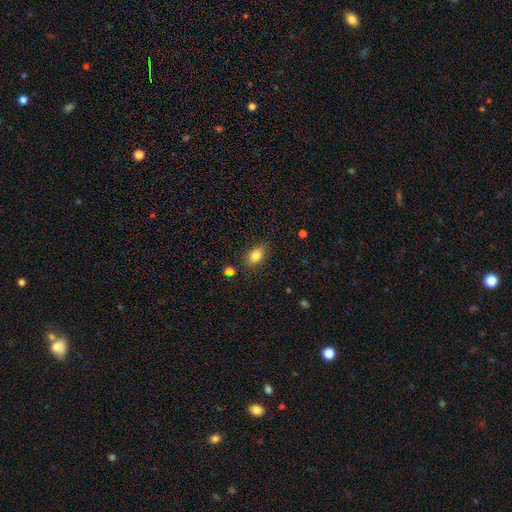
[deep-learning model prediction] smooth_or_featured: smooth (p=0.82) [alt: star or artifact p=0.09]
how_rounded: in between (p=0.81) [alt: round p=0.16]
merging: none (p=0.81) [alt: minor disturbance p=0.13]